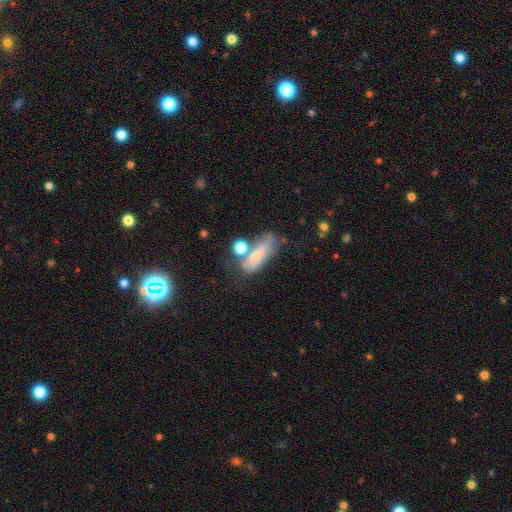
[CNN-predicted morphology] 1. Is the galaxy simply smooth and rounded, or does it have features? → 61% smooth, 28% featured or disk, 11% star or artifact.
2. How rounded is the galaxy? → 63% in between, 28% cigar-shaped, 9% round.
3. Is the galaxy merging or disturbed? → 35% none, 26% merger, 21% minor disturbance, 18% major disturbance.